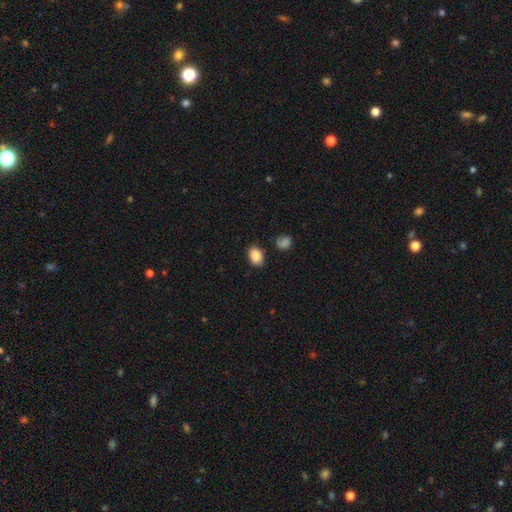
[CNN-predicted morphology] Smooth or featured? smooth (88%)
How rounded? in between (77%)
Merging? none (83%)